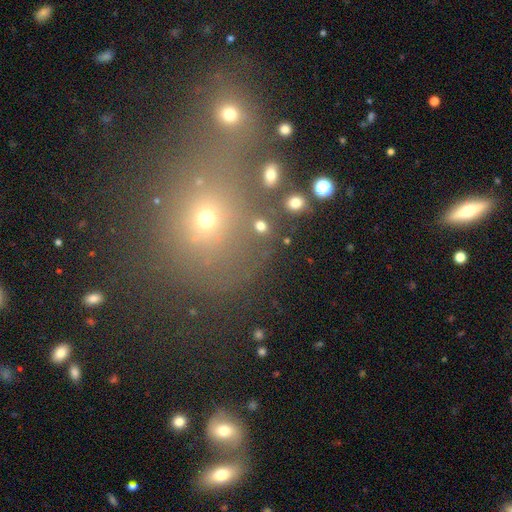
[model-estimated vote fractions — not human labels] The model was most divided on "smooth or featured": smooth: 50%, star or artifact: 37%, featured or disk: 13%. More confident: how rounded — round (76%); merging — none (55%).